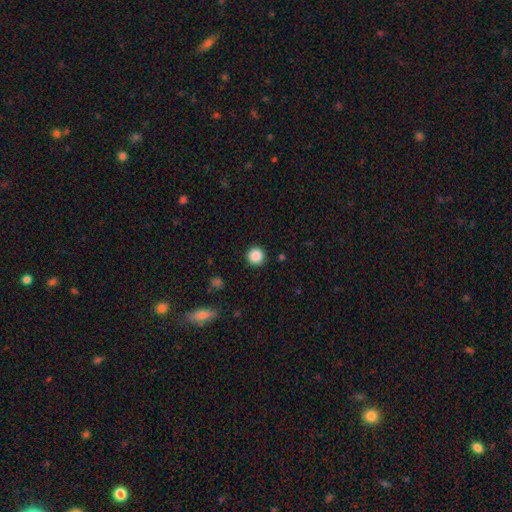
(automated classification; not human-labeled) The model was most divided on "smooth or featured": smooth: 88%, star or artifact: 10%, featured or disk: 3%. More confident: how rounded — round (95%); merging — none (91%).